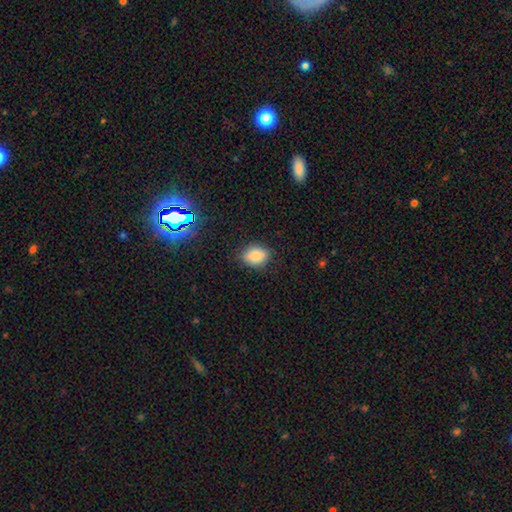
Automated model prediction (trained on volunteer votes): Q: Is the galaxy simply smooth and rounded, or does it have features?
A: smooth — 85%.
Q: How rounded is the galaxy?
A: in between — 71%.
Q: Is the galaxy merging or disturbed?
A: none — 81%.